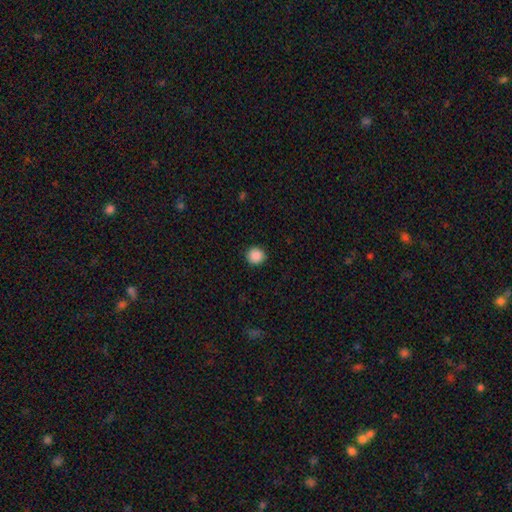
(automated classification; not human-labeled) A smooth galaxy with no disk features (88%) that is round (93%).

Vote fractions:
- Smooth or featured? smooth: 88% / star or artifact: 9% / featured or disk: 2%
- How rounded? round: 93% / in between: 6% / cigar-shaped: 1%
- Merging? none: 91% / minor disturbance: 6% / major disturbance: 2% / merger: 1%